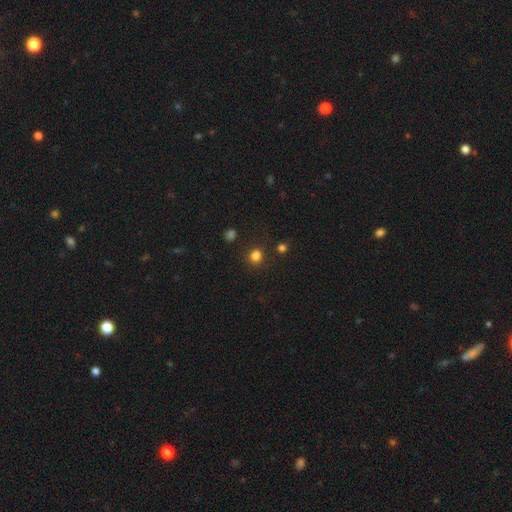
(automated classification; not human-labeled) smooth 82%, star or artifact 14%, featured or disk 4%. Down the decision tree: how rounded — round (80%); merging — none (84%).